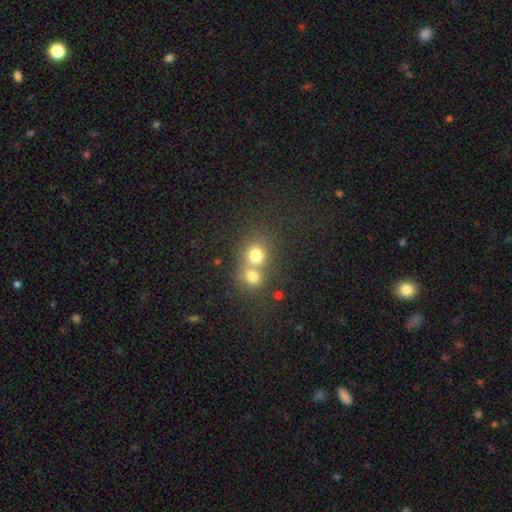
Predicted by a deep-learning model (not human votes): This appears to be a smooth galaxy with no disk features (74%) that is round (79%). Merging: merger (58%).